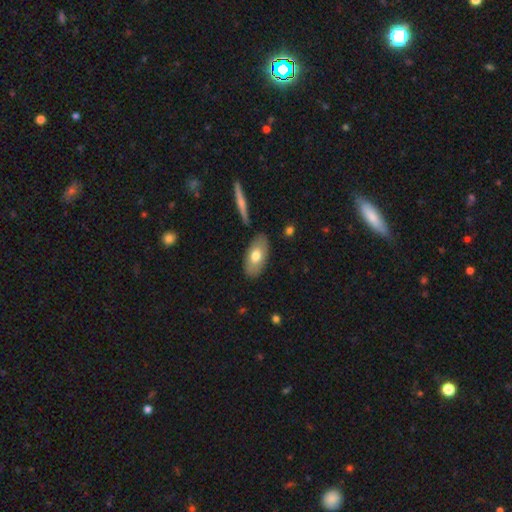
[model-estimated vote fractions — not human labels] Smooth or featured: smooth — 68% (featured or disk — 26%)
How rounded: in between — 92% (cigar-shaped — 4%)
Merging: none — 83% (minor disturbance — 11%)